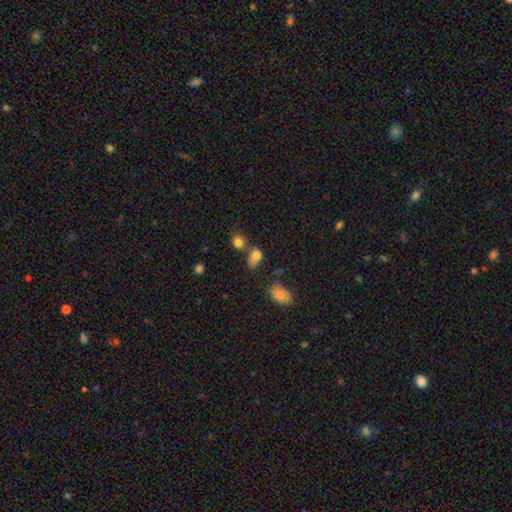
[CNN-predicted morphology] Smooth or featured? smooth (79%)
How rounded? in between (65%)
Merging? none (37%)